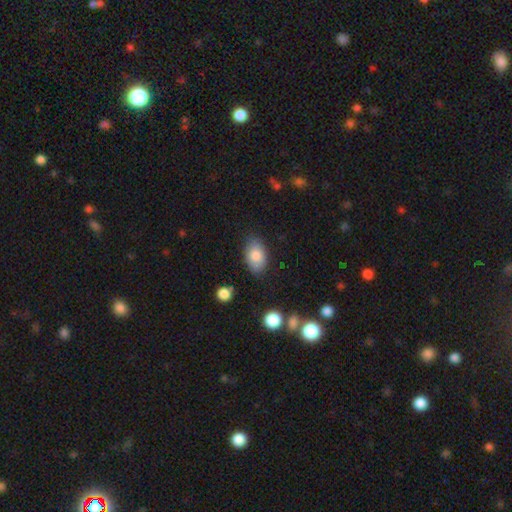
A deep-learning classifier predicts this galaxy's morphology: Smooth or featured? Predicted: smooth (p=0.83). How rounded? Predicted: in between (p=0.91). Merging? Predicted: none (p=0.80).